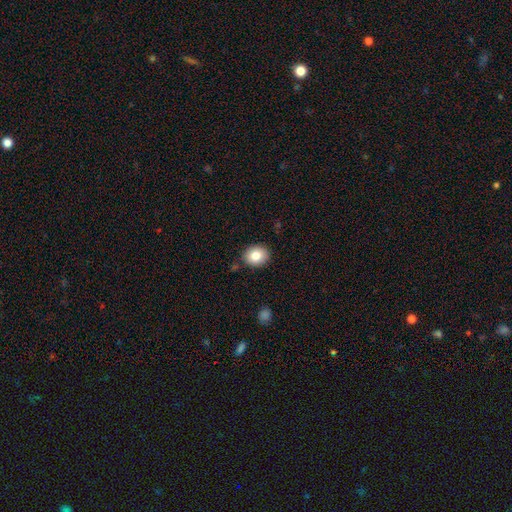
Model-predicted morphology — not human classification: This appears to be a smooth galaxy with no disk features (82%) that is round (58%). Merging: none (85%).